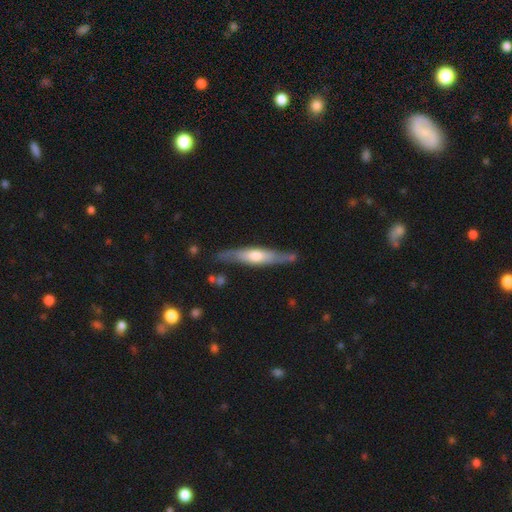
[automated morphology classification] The model was most divided on "smooth or featured": featured or disk: 58%, smooth: 37%, star or artifact: 5%. More confident: edge-on disk — yes (87%); edge-on bulge — rounded (79%); merging — none (79%).